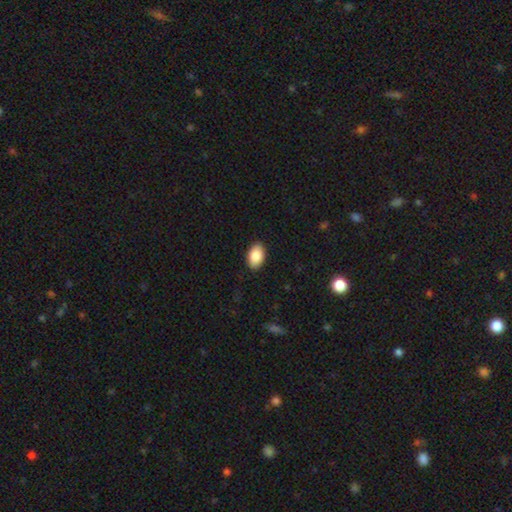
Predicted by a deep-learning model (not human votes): This is clearly a smooth galaxy (88%). How rounded: clearly in between (93%). Merging: clearly none (90%).